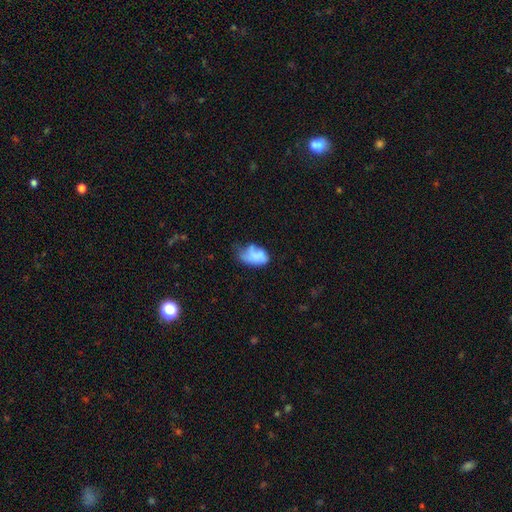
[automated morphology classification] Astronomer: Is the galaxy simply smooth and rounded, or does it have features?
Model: smooth — 69%.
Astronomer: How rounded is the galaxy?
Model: in between — 90%.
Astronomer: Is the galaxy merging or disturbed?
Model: minor disturbance — 37% (runner-up: none, 31%).